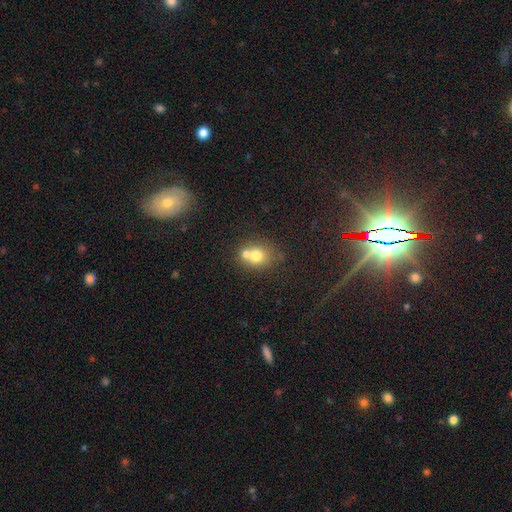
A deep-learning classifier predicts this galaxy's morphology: Q: Smooth or featured?
A: smooth (72%); runner-up: featured or disk (17%)
Q: How rounded?
A: round (67%); runner-up: in between (32%)
Q: Merging?
A: merger (45%); runner-up: none (42%)